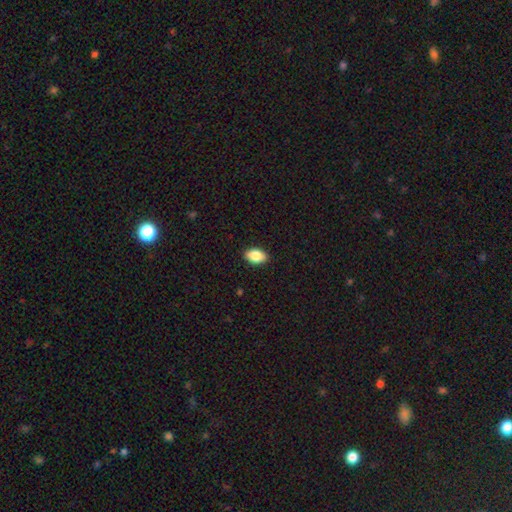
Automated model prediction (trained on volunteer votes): The model was most divided on "smooth or featured": smooth: 88%, star or artifact: 7%, featured or disk: 5%. More confident: how rounded — in between (91%); merging — none (90%).